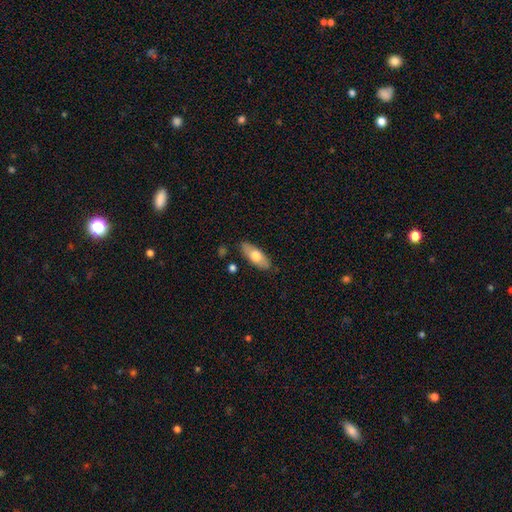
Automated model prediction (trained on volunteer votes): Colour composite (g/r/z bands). It shows a smooth galaxy with no disk features (67%) that is in between round and cigar-shaped (80%). Merging: none (85%).